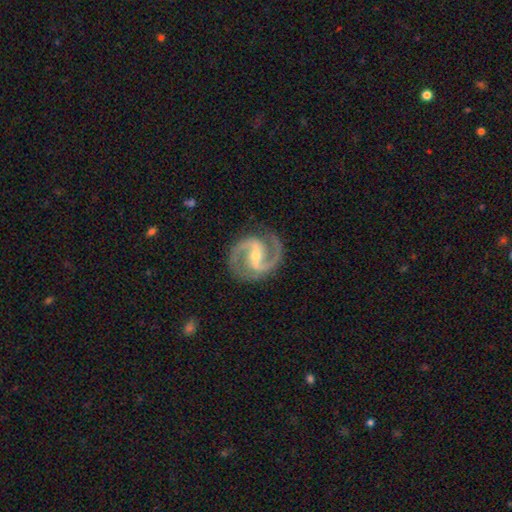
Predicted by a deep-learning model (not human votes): This is clearly a featured or disk galaxy (94%). It is clearly not viewed edge-on (98%). Bar: possibly strong (46%). Spiral arm pattern: clearly yes (99%). Spiral arm count: clearly 2 (94%). Spiral winding: likely medium (65%). Central bulge: possibly small (53%). Merging: clearly none (85%).